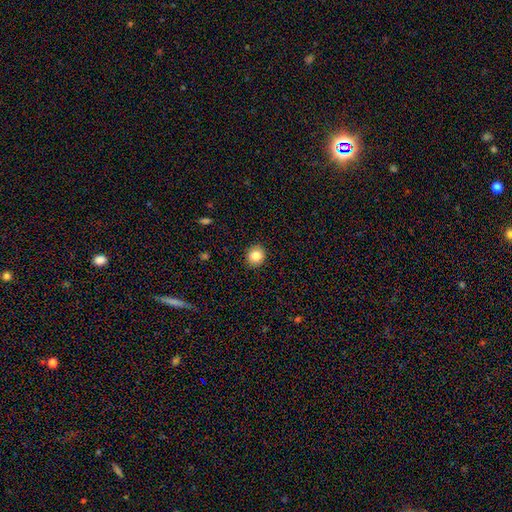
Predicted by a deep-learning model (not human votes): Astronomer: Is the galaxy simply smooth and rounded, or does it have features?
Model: smooth — 85%.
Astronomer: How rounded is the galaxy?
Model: round — 85%.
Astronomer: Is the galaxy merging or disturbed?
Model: none — 91%.